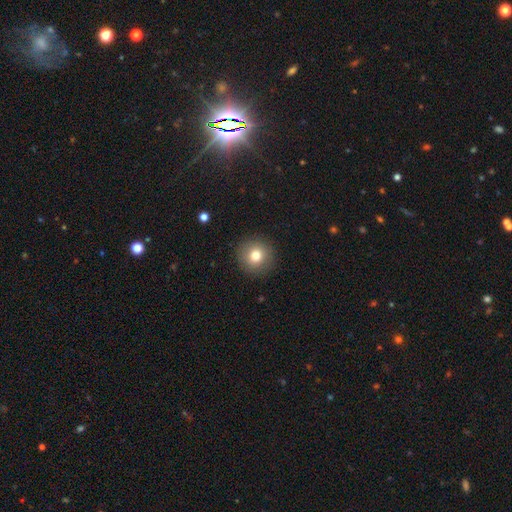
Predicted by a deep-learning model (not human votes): This is likely a smooth galaxy (79%). How rounded: clearly round (94%). Merging: clearly none (91%).